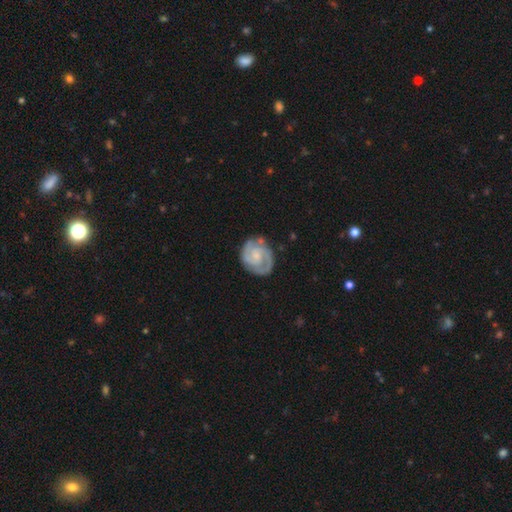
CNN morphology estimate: featured or disk 86%, smooth 10%, star or artifact 4%. Down the decision tree: edge-on disk — no (98%); bar — no (54%); spiral arms — yes (97%); spiral arm count — 2 (76%); spiral winding — tight (53%); bulge size — small (54%); merging — none (77%).